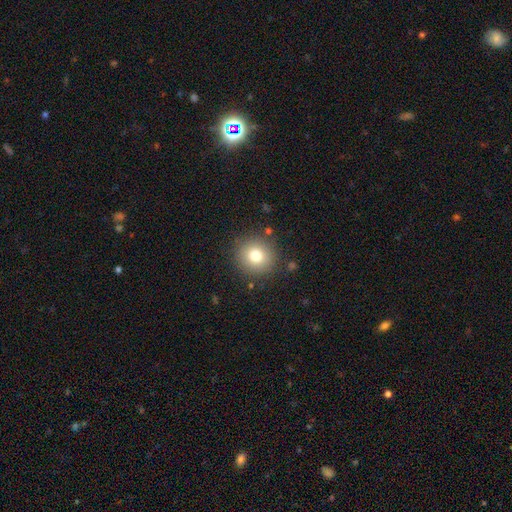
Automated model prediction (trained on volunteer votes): The model was most divided on "smooth or featured": smooth: 78%, star or artifact: 12%, featured or disk: 10%. More confident: how rounded — round (92%); merging — none (87%).